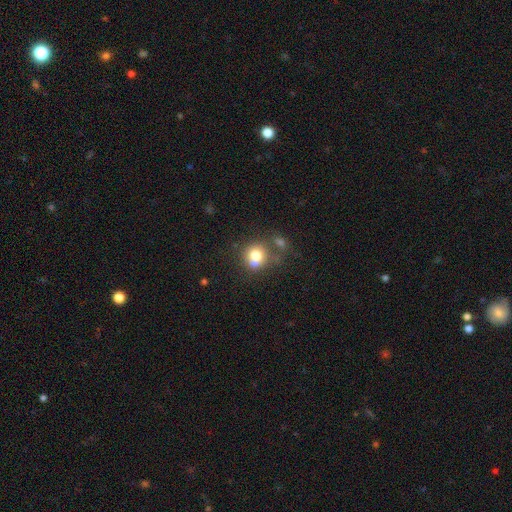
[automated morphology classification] This is likely a smooth galaxy (72%). How rounded: likely round (77%). Merging: marginally none (43%).